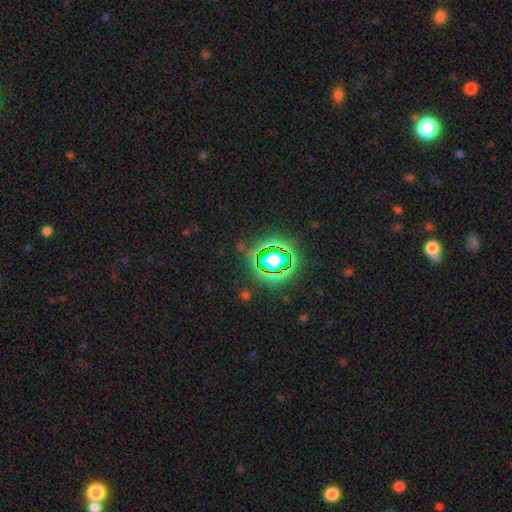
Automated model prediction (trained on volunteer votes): Smooth or featured? Predicted: star or artifact (p=0.77).